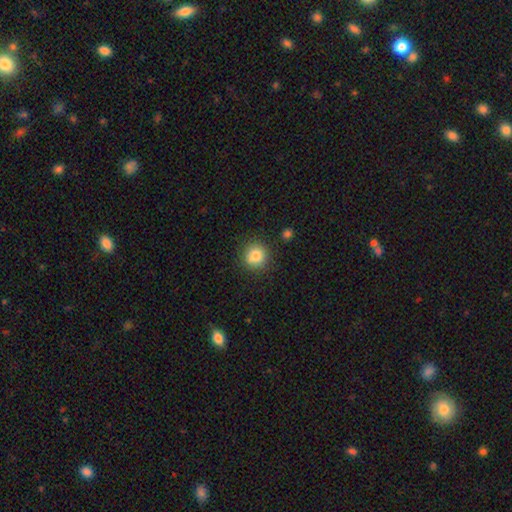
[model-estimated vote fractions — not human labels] Smooth or featured?
  - smooth: 83% *
  - star or artifact: 10%
  - featured or disk: 7%
How rounded?
  - round: 92% *
  - in between: 7%
  - cigar-shaped: 1%
Merging?
  - none: 88% *
  - minor disturbance: 8%
  - major disturbance: 2%
  - merger: 2%